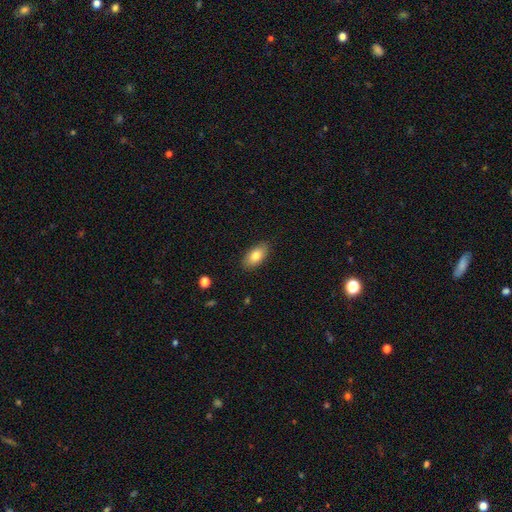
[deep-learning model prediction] smooth_or_featured: smooth (p=0.81) [alt: featured or disk p=0.12]
how_rounded: in between (p=0.91) [alt: cigar-shaped p=0.04]
merging: none (p=0.87) [alt: minor disturbance p=0.09]